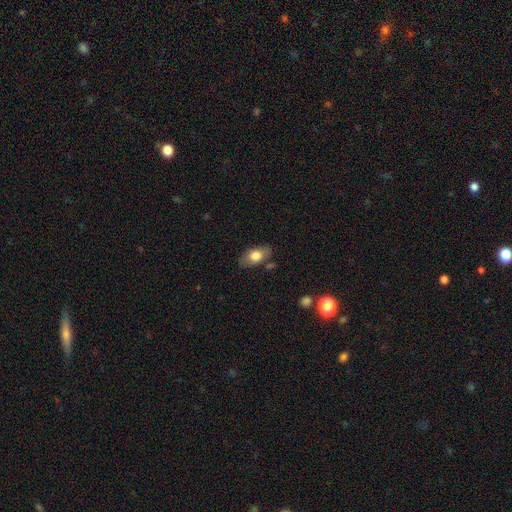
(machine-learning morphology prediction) type=smooth (73%); roundness=in between (88%); merging=none (76%).